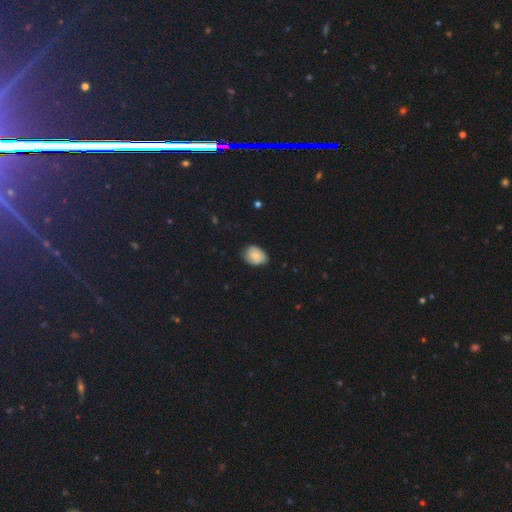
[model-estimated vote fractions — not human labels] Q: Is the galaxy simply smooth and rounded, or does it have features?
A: smooth — 78%.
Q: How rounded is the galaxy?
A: in between — 68%.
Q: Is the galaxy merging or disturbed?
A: none — 70%.